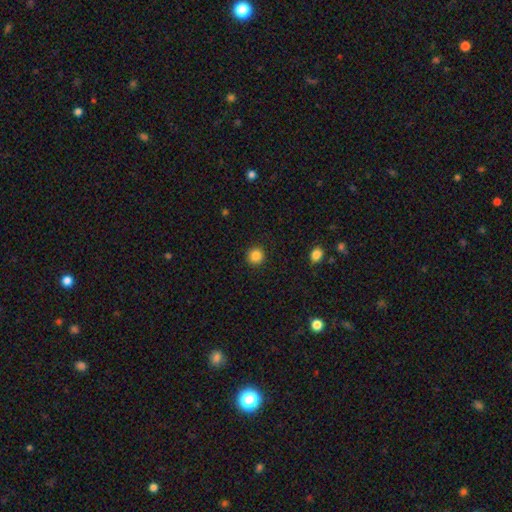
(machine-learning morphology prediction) Smooth or featured: smooth — 86% (star or artifact — 10%)
How rounded: round — 94% (in between — 5%)
Merging: none — 92% (minor disturbance — 5%)